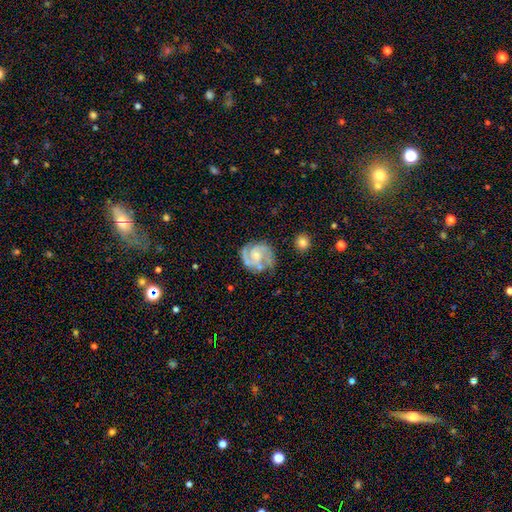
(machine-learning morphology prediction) This is clearly a featured or disk galaxy (87%). It is clearly not viewed edge-on (98%). Bar: possibly no (56%). Spiral arm pattern: clearly yes (97%). Spiral arm count: likely 2 (76%). Spiral winding: possibly medium (48%). Central bulge: possibly small (55%). Merging: likely none (67%).